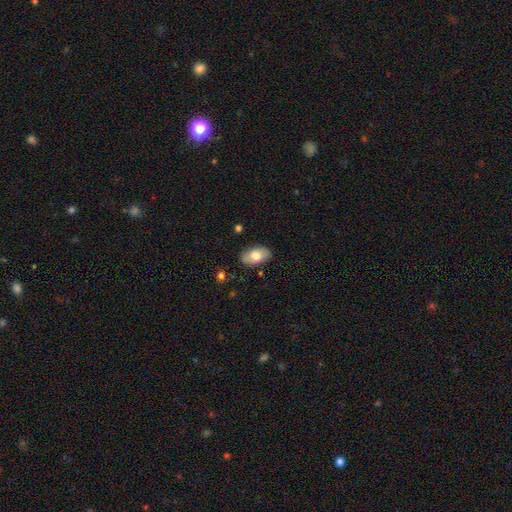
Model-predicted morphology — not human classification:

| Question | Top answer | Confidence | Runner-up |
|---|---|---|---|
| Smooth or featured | smooth | 73% | featured or disk (21%) |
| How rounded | in between | 93% | round (5%) |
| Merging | none | 85% | minor disturbance (12%) |